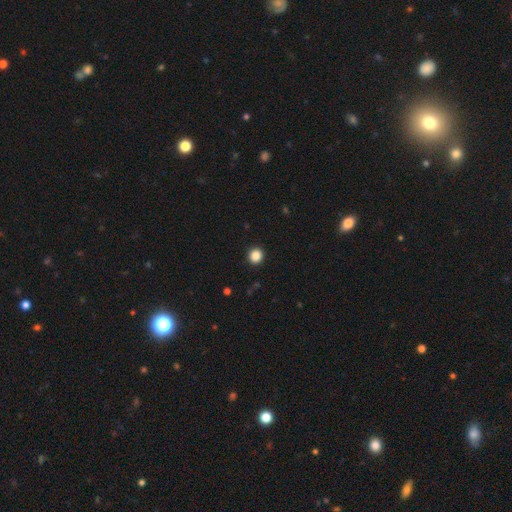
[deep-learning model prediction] smooth 87%, star or artifact 11%, featured or disk 3%. Down the decision tree: how rounded — round (91%); merging — none (93%).